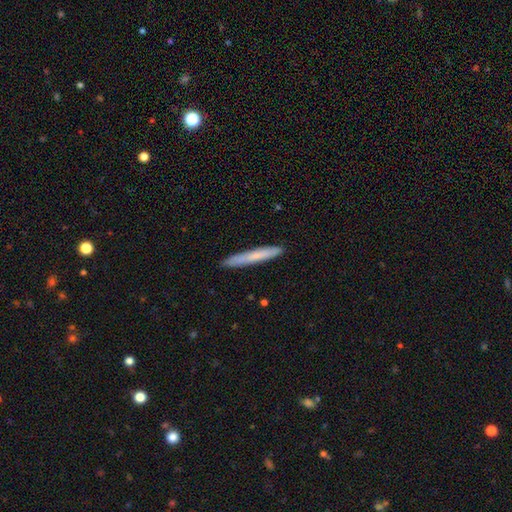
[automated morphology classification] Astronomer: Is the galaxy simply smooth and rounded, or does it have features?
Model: smooth — 69%.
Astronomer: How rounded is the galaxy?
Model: cigar-shaped — 96%.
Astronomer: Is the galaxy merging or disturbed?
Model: none — 90%.